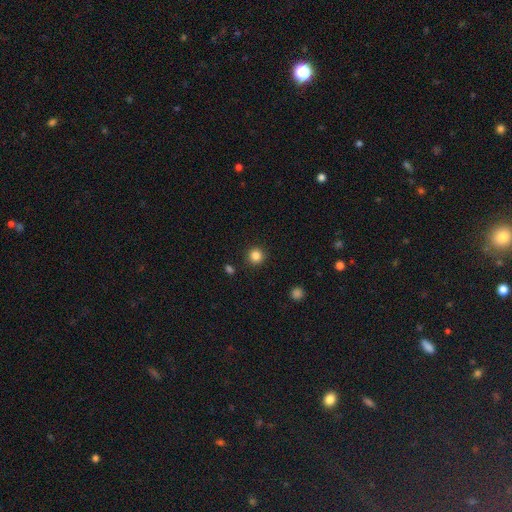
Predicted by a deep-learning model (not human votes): A smooth galaxy with no disk features (84%) that is round (94%). Merging: none (91%).